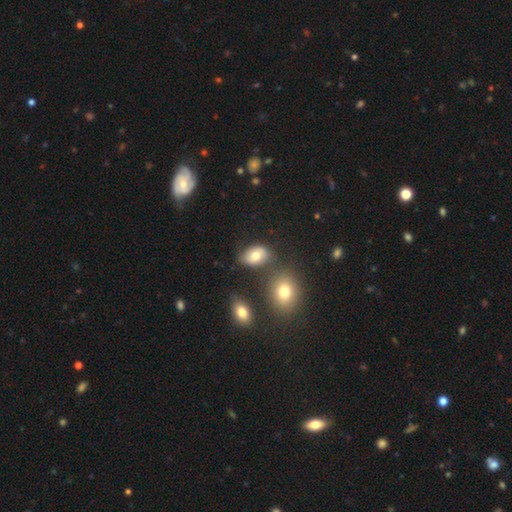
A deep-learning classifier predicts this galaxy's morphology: Overall: smooth (72%). How rounded: in between (81%). Merging: none (67%).